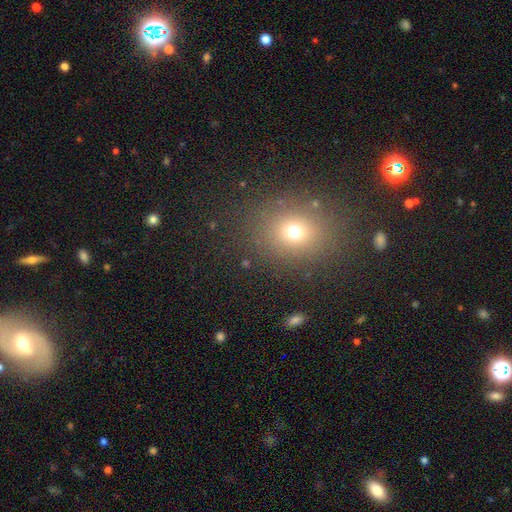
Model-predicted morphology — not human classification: A smooth galaxy with no disk features (58%) that is round (57%). Merging: none (88%).